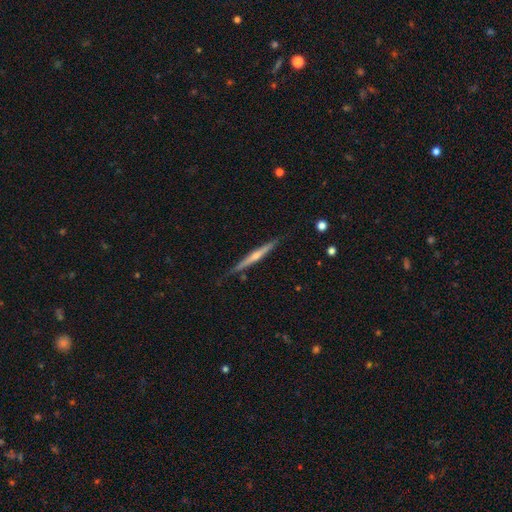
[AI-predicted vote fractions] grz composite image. It shows a featured or disk galaxy (69%) viewed edge-on (98%) with a rounded central bulge (72%). Merging: none (83%).